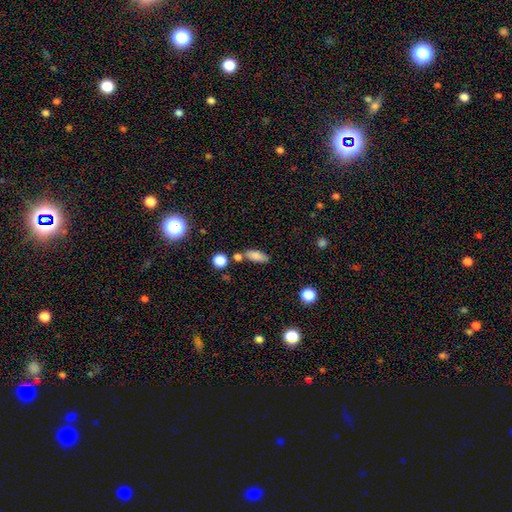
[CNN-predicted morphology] A smooth galaxy with no disk features (81%) that is in between round and cigar-shaped (75%).

Vote fractions:
- Smooth or featured? smooth: 81% / star or artifact: 10% / featured or disk: 9%
- How rounded? in between: 75% / cigar-shaped: 20% / round: 5%
- Merging? none: 68% / minor disturbance: 14% / merger: 14% / major disturbance: 4%